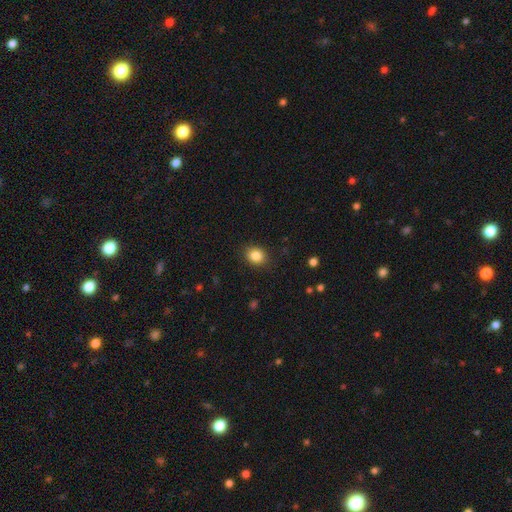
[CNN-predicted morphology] smooth 85%, star or artifact 10%, featured or disk 5%. Down the decision tree: how rounded — round (62%); merging — none (87%).